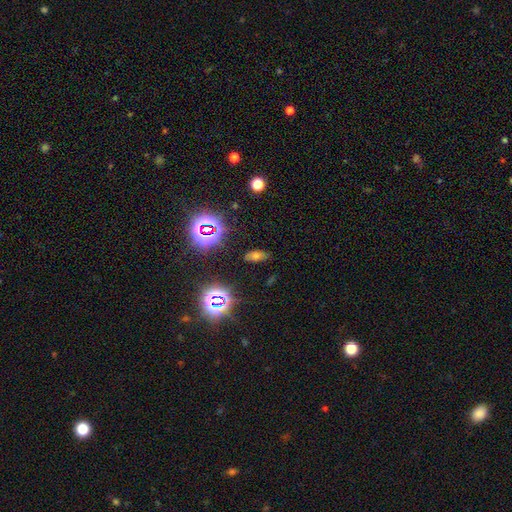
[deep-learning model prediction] A smooth galaxy with no disk features (50%).

Vote fractions:
- Smooth or featured? smooth: 50% / star or artifact: 36% / featured or disk: 14%
- Merging? none: 83% / minor disturbance: 11% / major disturbance: 3% / merger: 2%